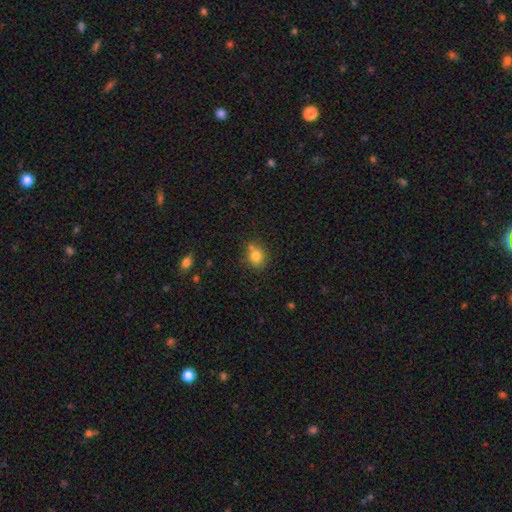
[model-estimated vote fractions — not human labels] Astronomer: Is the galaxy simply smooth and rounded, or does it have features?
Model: smooth — 79%.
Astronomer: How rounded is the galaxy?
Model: round — 74%.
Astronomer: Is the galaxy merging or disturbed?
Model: none — 67%.